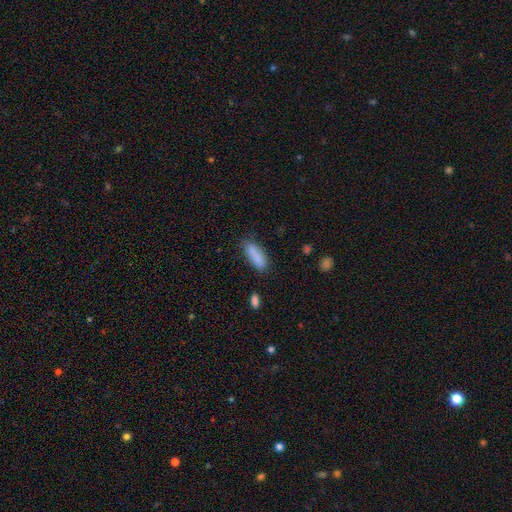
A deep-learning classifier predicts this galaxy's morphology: smooth-or-featured: smooth: 87% | star or artifact: 7% | featured or disk: 6%
  how-rounded: in between: 63% | cigar-shaped: 35% | round: 2%
  merging: none: 75% | minor disturbance: 18% | major disturbance: 4% | merger: 3%